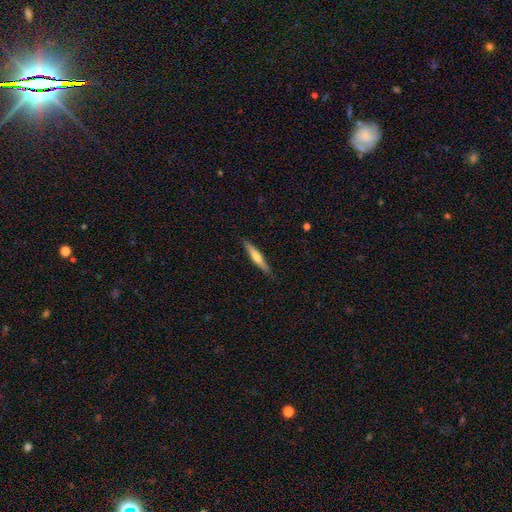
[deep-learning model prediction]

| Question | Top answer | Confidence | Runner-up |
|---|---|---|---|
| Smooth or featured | smooth | 55% | featured or disk (39%) |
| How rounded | cigar-shaped | 91% | in between (8%) |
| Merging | none | 89% | minor disturbance (9%) |